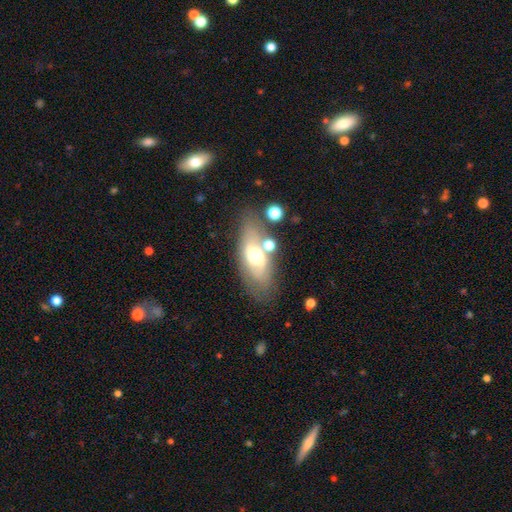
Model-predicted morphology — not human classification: This is possibly a featured or disk galaxy (46%). Merging: likely none (65%).